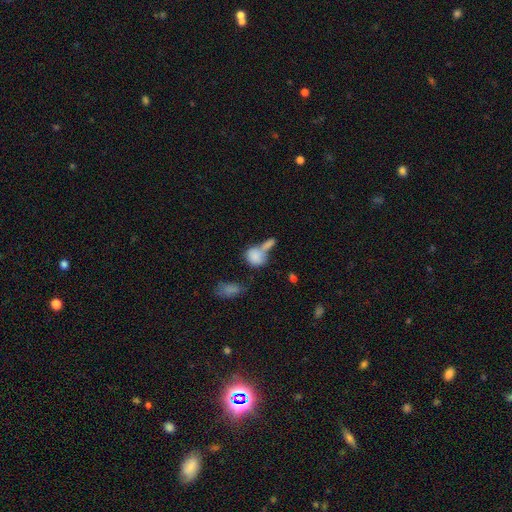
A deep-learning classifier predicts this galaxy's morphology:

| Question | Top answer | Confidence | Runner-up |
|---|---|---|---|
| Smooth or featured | smooth | 80% | featured or disk (12%) |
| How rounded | in between | 55% | round (42%) |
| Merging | merger | 58% | none (23%) |